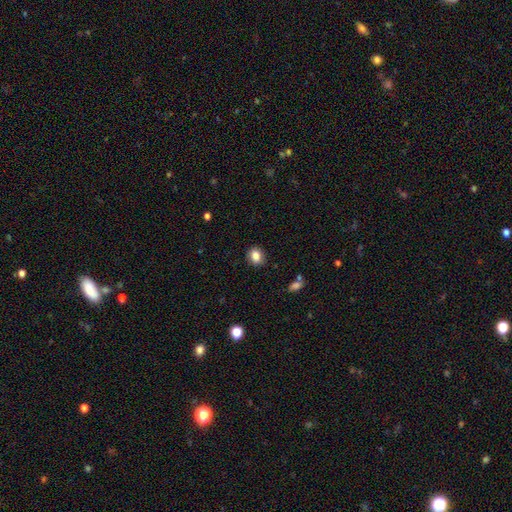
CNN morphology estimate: Overall: smooth (84%). How rounded: round (51%; in between 48%). Merging: none (88%).